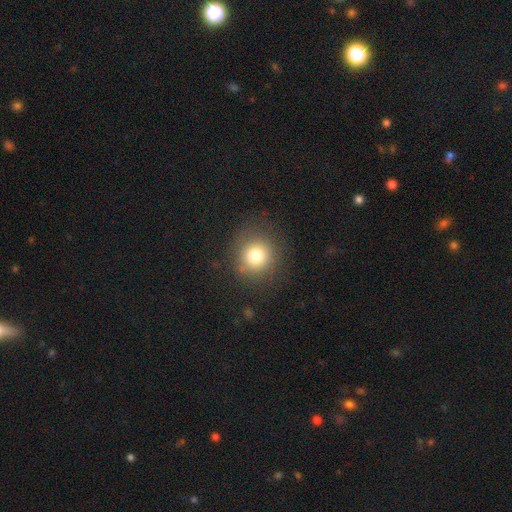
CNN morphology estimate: A smooth galaxy with no disk features (78%) that is round (90%). Merging: none (83%).